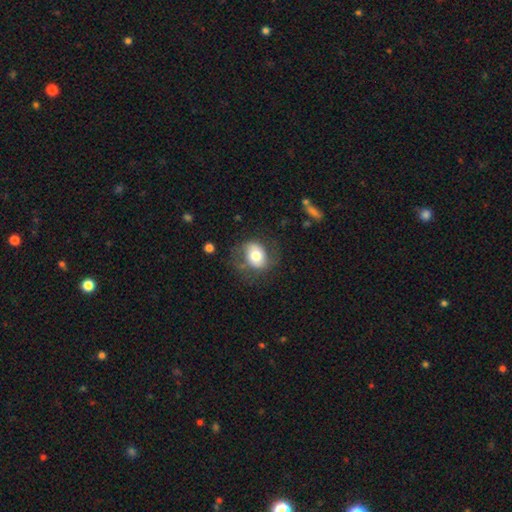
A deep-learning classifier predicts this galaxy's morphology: A smooth galaxy with no disk features (66%) that is in between round and cigar-shaped (54%). Merging: none (59%).